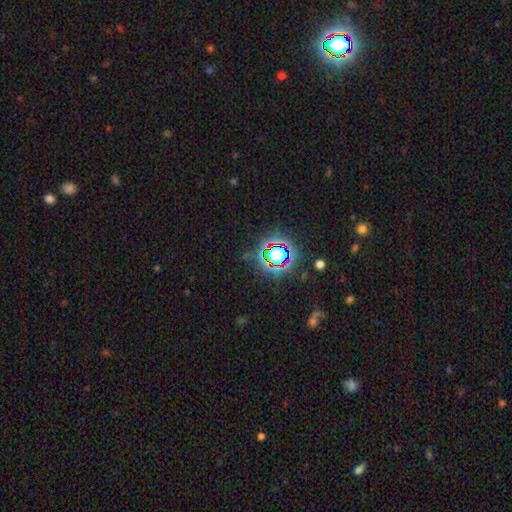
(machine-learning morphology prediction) smooth_or_featured: star or artifact (p=0.76) [alt: smooth p=0.15]